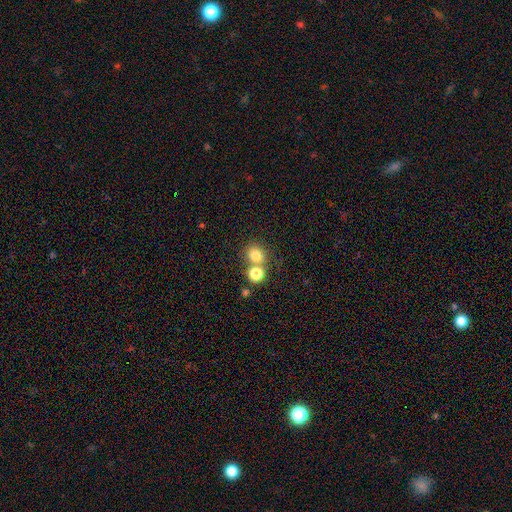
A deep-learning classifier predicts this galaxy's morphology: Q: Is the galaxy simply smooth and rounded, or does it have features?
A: smooth — 78%.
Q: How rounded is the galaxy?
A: round — 81%.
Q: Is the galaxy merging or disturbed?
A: none — 58%.